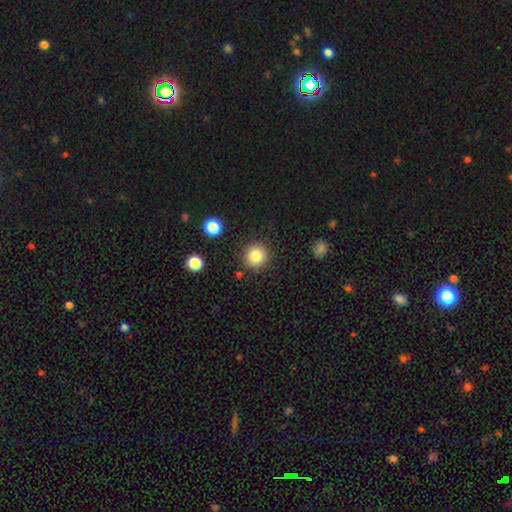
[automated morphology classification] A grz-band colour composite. It shows a smooth galaxy with no disk features (83%) that is round (93%). Merging: none (89%).